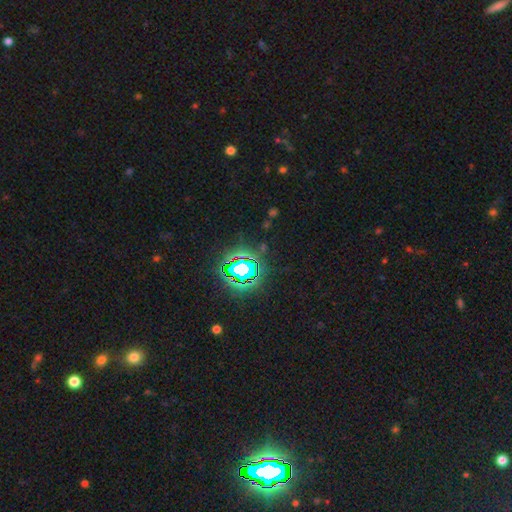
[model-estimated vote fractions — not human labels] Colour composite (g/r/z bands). It shows a star or artifact, not a galaxy (83%).